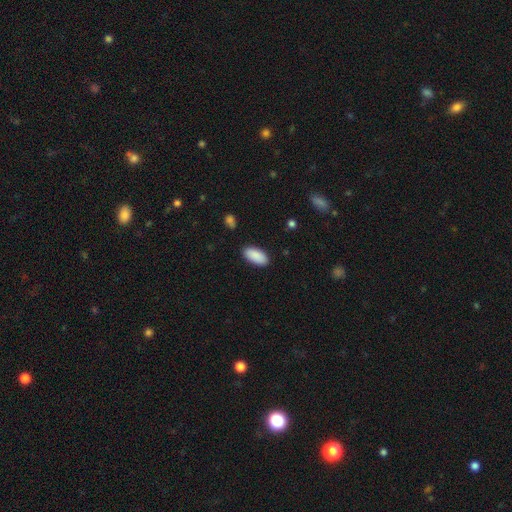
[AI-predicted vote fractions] Smooth or featured? smooth (91%)
How rounded? in between (92%)
Merging? none (88%)